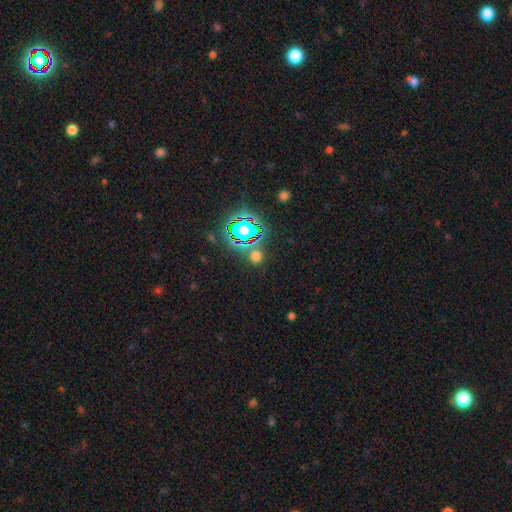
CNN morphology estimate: smooth-or-featured: smooth: 50% | star or artifact: 43% | featured or disk: 8%
  merging: none: 76% | merger: 10% | minor disturbance: 9% | major disturbance: 4%